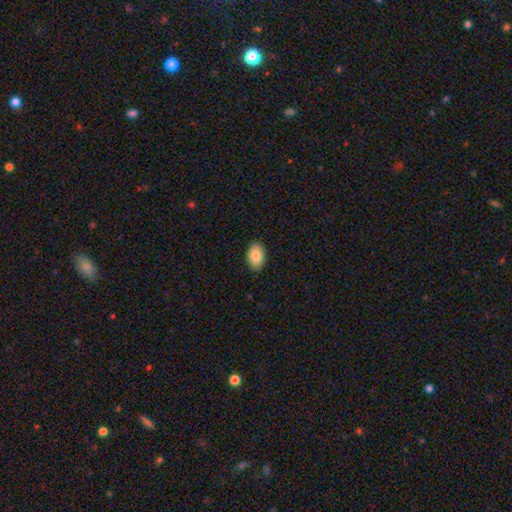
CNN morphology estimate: Smooth or featured: smooth — 86% (star or artifact — 7%)
How rounded: in between — 89% (round — 10%)
Merging: none — 90% (minor disturbance — 7%)